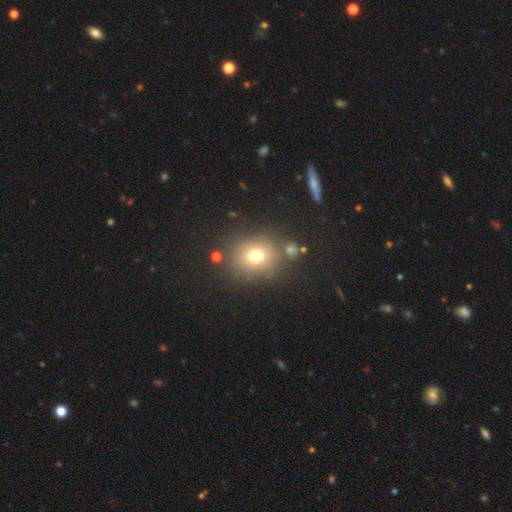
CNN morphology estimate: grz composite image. It shows a smooth galaxy with no disk features (71%) that is round (78%). Merging: none (79%).